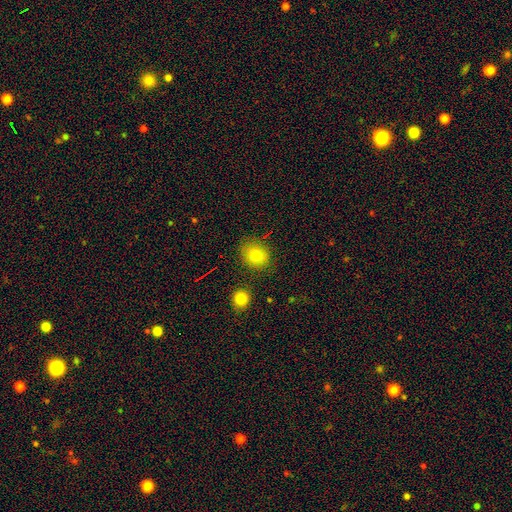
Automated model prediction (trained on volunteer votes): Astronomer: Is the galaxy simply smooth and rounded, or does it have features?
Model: smooth — 81%.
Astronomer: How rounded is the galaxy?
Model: round — 58% (runner-up: in between, 41%).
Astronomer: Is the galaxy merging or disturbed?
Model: none — 80%.